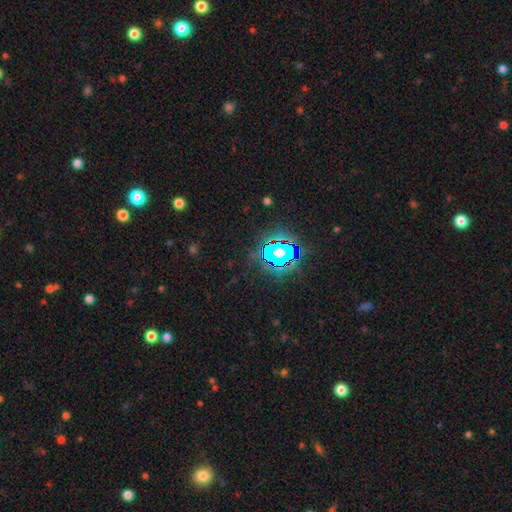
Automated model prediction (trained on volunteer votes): smooth-or-featured: star or artifact: 81% | smooth: 12% | featured or disk: 7%